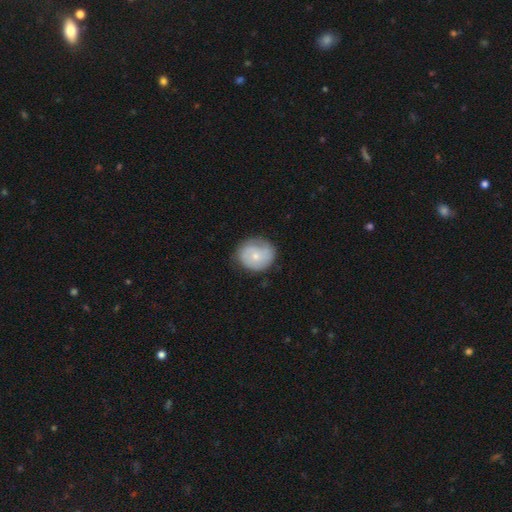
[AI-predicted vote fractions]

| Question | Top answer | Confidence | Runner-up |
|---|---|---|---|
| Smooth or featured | featured or disk | 49% | smooth (44%) |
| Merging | none | 71% | minor disturbance (22%) |